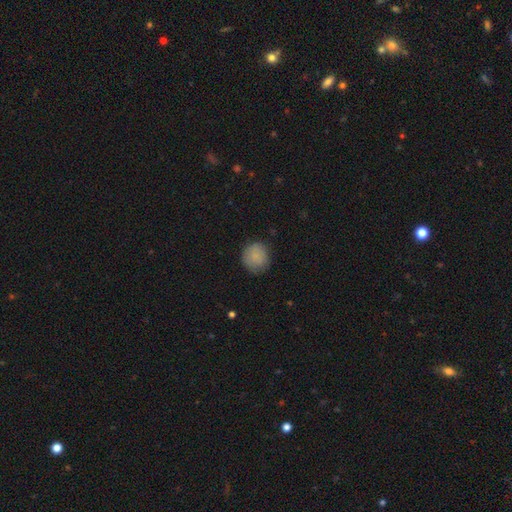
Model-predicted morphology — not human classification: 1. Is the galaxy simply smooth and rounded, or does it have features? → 83% smooth, 9% featured or disk, 8% star or artifact.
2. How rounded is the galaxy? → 87% round, 12% in between, 1% cigar-shaped.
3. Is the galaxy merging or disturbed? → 76% none, 19% minor disturbance, 4% major disturbance, 1% merger.